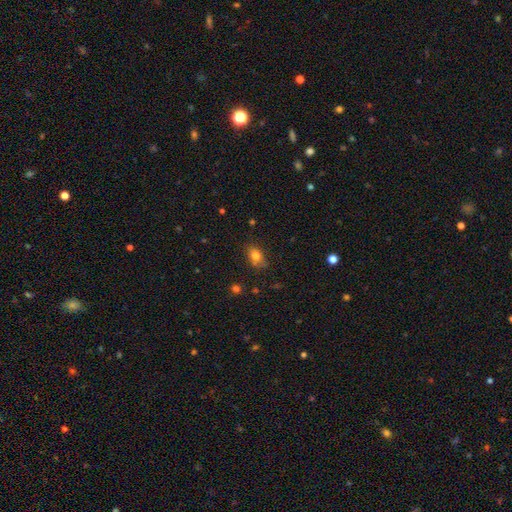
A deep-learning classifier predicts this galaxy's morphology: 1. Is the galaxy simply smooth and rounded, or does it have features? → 80% smooth, 11% star or artifact, 9% featured or disk.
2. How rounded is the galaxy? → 75% in between, 23% round, 2% cigar-shaped.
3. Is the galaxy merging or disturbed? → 73% none, 21% minor disturbance, 4% major disturbance, 2% merger.